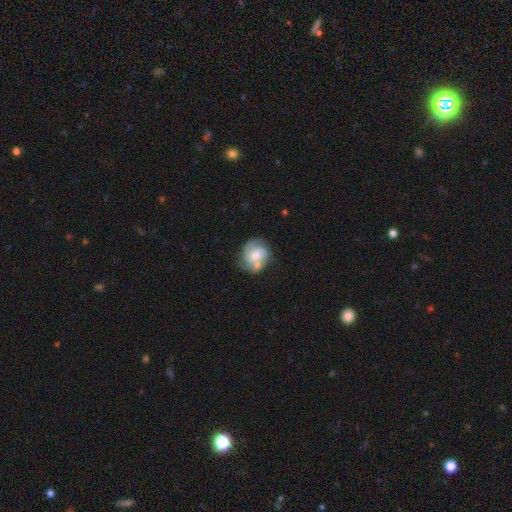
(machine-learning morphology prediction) smooth_or_featured: featured or disk (p=0.64) [alt: smooth p=0.30]
disk_edge_on: no (p=0.98) [alt: yes p=0.02]
bar: no (p=0.58) [alt: weak p=0.35]
has_spiral_arms: yes (p=0.85) [alt: no p=0.15]
spiral_winding: medium (p=0.44) [alt: tight p=0.39]
spiral_arm_count: 2 (p=0.45) [alt: 3 p=0.26]
bulge_size: moderate (p=0.54) [alt: small p=0.32]
merging: none (p=0.52) [alt: minor disturbance p=0.21]